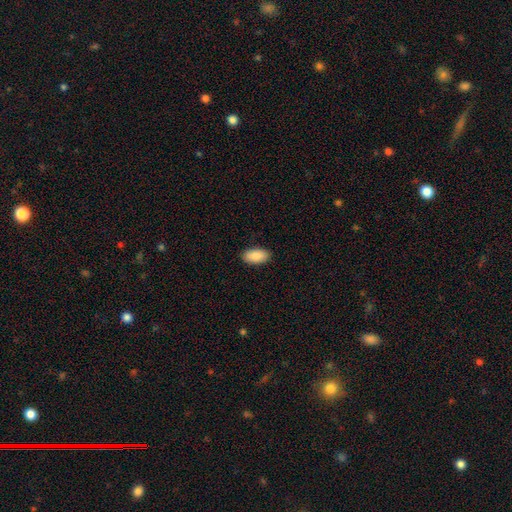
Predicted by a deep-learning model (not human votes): Q: Smooth or featured?
A: smooth (90%); runner-up: star or artifact (6%)
Q: How rounded?
A: in between (94%); runner-up: cigar-shaped (3%)
Q: Merging?
A: none (89%); runner-up: minor disturbance (8%)